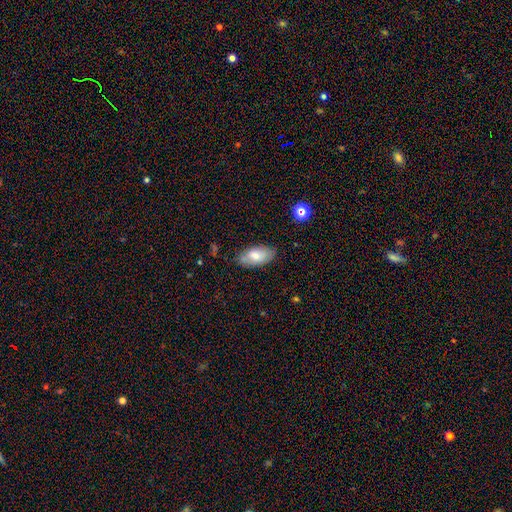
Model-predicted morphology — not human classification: A smooth galaxy with no disk features (68%) that is in between round and cigar-shaped (93%).

Vote fractions:
- Smooth or featured? smooth: 68% / featured or disk: 25% / star or artifact: 7%
- How rounded? in between: 93% / cigar-shaped: 4% / round: 3%
- Merging? none: 74% / minor disturbance: 20% / major disturbance: 4% / merger: 2%